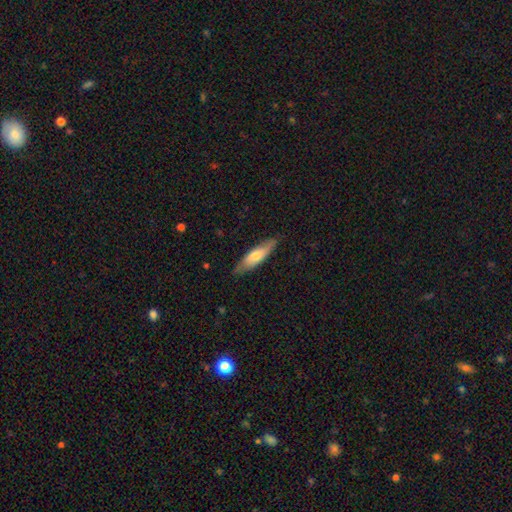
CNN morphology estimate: smooth 62%, featured or disk 33%, star or artifact 5%. Down the decision tree: how rounded — cigar-shaped (65%); merging — none (83%).